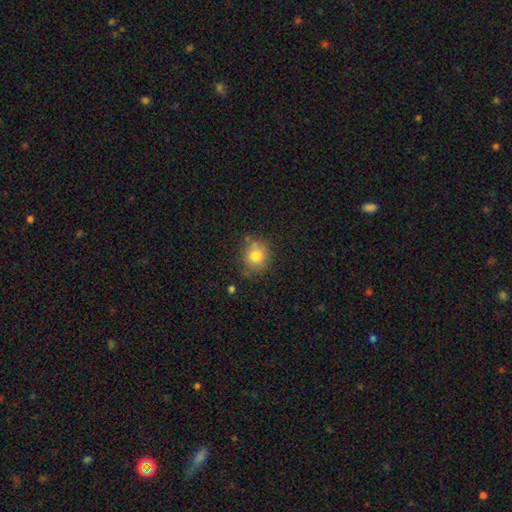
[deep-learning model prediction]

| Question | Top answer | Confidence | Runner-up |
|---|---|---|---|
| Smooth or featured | smooth | 79% | star or artifact (11%) |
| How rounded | round | 79% | in between (20%) |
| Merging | none | 71% | minor disturbance (18%) |